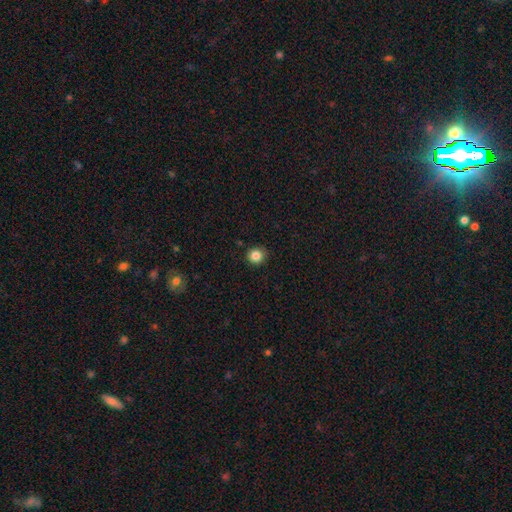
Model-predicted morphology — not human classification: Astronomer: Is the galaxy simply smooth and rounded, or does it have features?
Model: smooth — 85%.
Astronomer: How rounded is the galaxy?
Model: round — 92%.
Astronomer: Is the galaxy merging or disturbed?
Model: none — 90%.